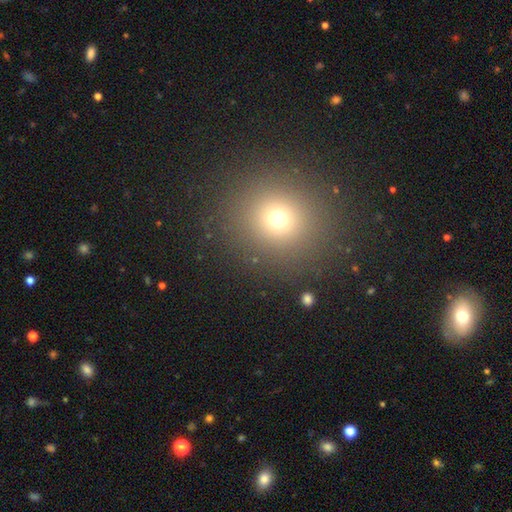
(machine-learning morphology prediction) Smooth or featured? smooth (63%)
How rounded? round (85%)
Merging? none (90%)